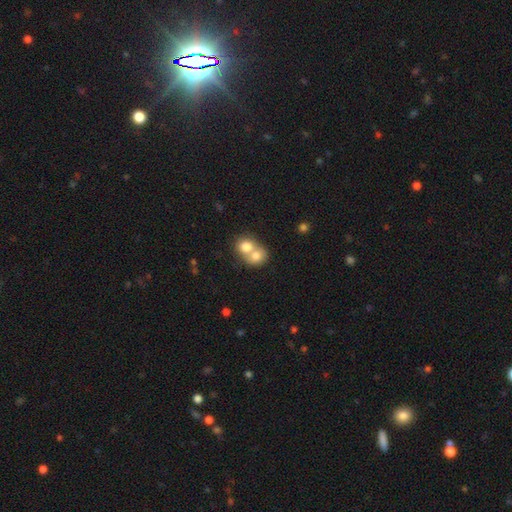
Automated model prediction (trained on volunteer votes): smooth_or_featured: smooth (p=0.74) [alt: featured or disk p=0.18]
how_rounded: round (p=0.67) [alt: in between p=0.32]
merging: merger (p=0.73) [alt: none p=0.20]